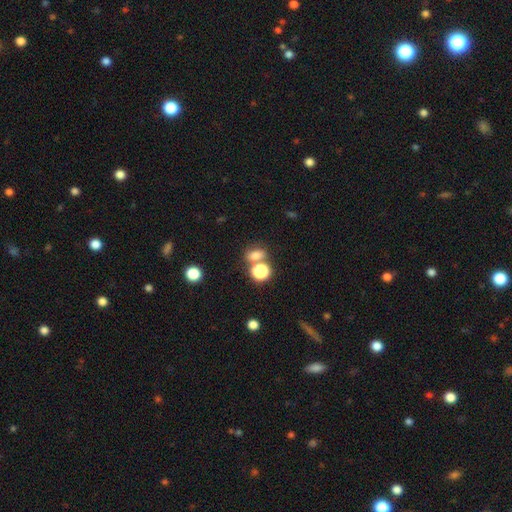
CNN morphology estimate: The model was most divided on "how rounded": in between: 60%, round: 37%, cigar-shaped: 2%. More confident: smooth or featured — smooth (72%); merging — none (57%).